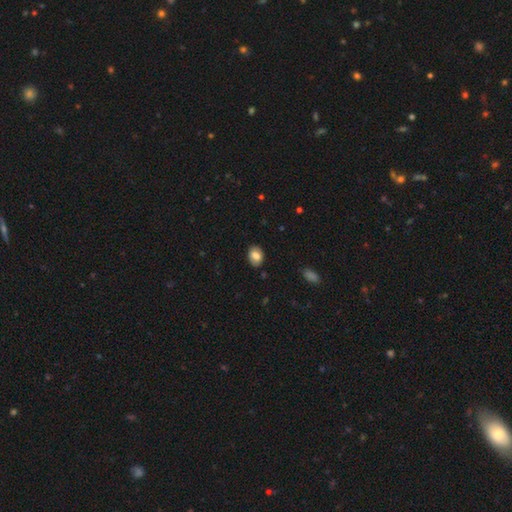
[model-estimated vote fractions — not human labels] smooth 78%, featured or disk 14%, star or artifact 8%. Down the decision tree: how rounded — in between (72%); merging — none (85%).